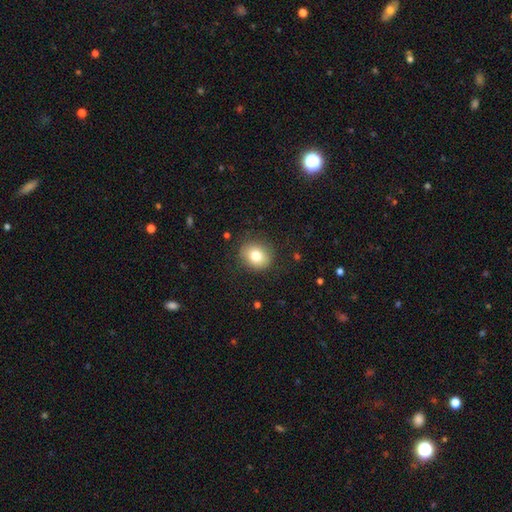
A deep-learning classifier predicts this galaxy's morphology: Q: Smooth or featured?
A: smooth (80%); runner-up: featured or disk (10%)
Q: How rounded?
A: round (66%); runner-up: in between (33%)
Q: Merging?
A: none (85%); runner-up: minor disturbance (11%)